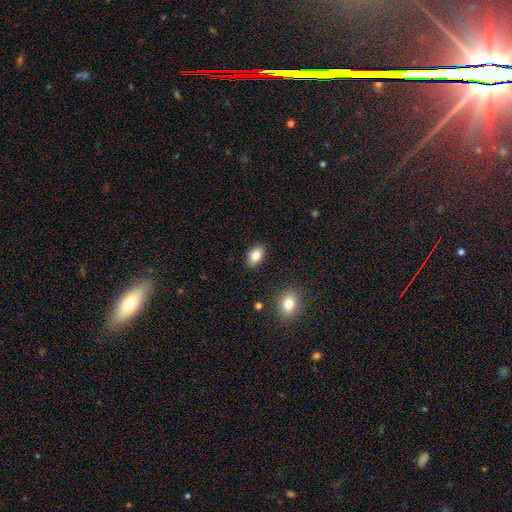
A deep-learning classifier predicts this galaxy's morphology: This appears to be a smooth galaxy with no disk features (85%) that is in between round and cigar-shaped (84%). Merging: none (86%).